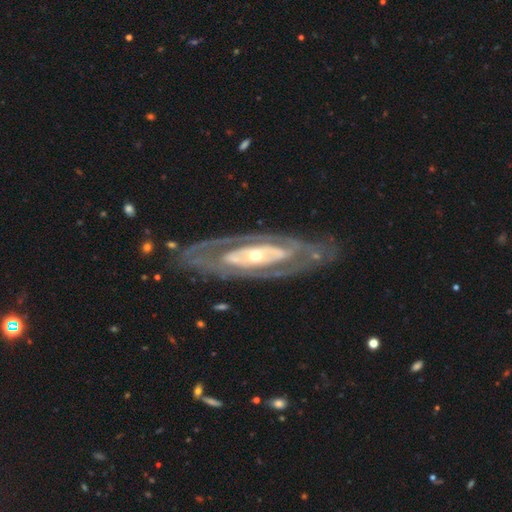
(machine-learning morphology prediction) This appears to be a featured or disk galaxy (85%) with no bar (62%), spiral arms (68%) and a small central bulge (50%). Merging: none (80%).